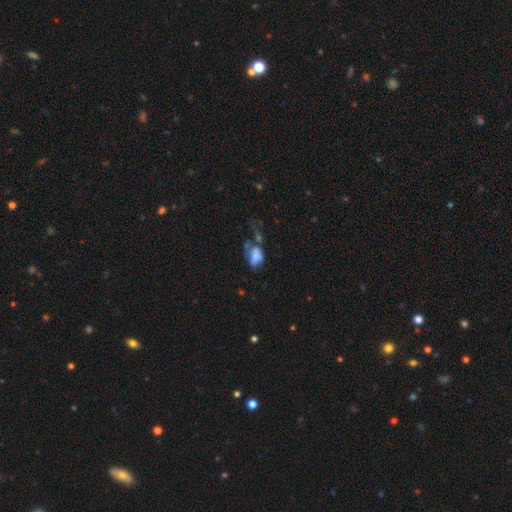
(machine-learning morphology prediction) This is possibly a smooth galaxy (59%). How rounded: clearly in between (85%). Merging: marginally major disturbance (40%).